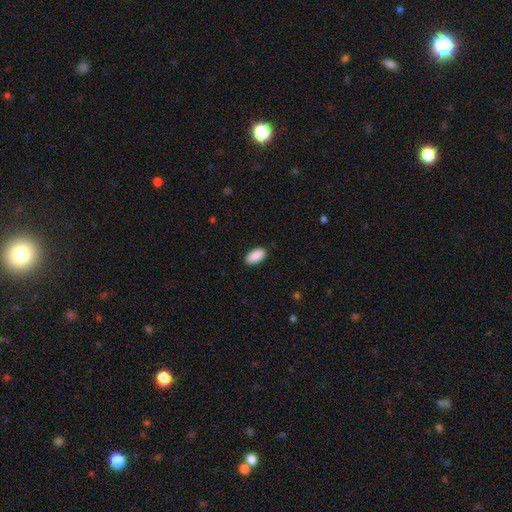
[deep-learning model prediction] Smooth or featured? smooth (91%)
How rounded? in between (95%)
Merging? none (89%)